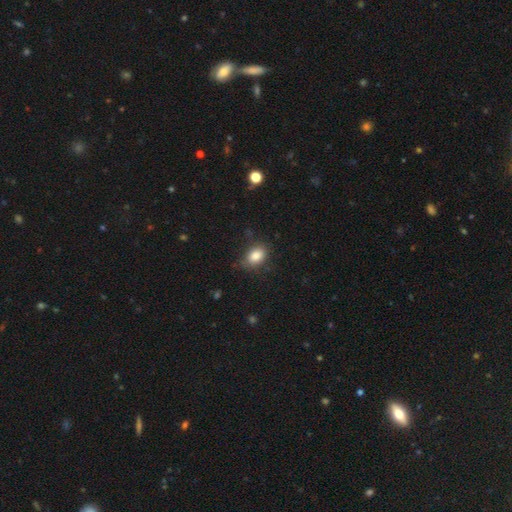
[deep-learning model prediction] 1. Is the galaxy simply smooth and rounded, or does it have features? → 84% smooth, 9% star or artifact, 7% featured or disk.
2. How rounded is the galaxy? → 80% in between, 19% round, 1% cigar-shaped.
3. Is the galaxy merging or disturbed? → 77% none, 17% minor disturbance, 4% major disturbance, 1% merger.